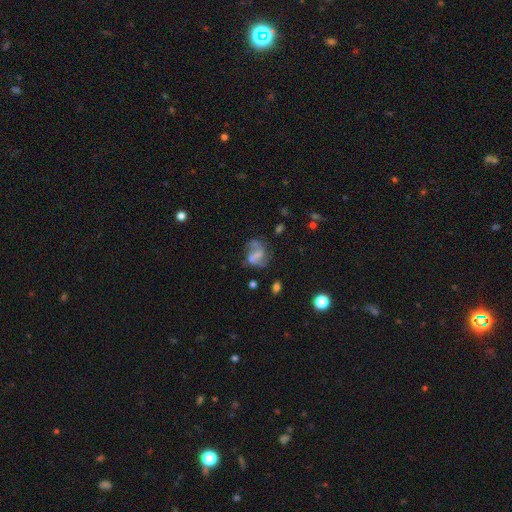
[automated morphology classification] A featured or disk galaxy (60%) with a weak bar (39%), spiral arms (69%) and no central bulge (46%). Merging: none (43%).